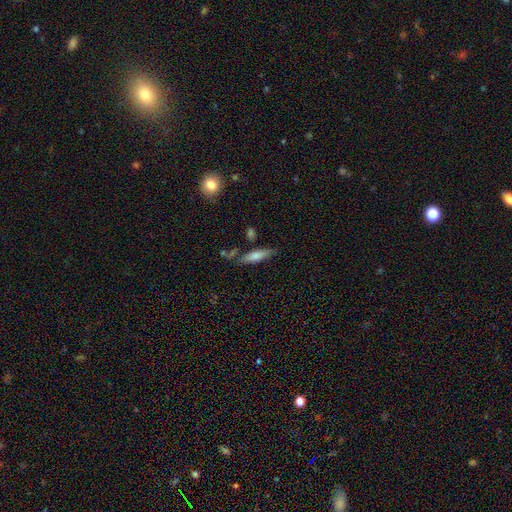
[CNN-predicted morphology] Q: Smooth or featured?
A: smooth (59%); runner-up: featured or disk (33%)
Q: How rounded?
A: cigar-shaped (76%); runner-up: in between (22%)
Q: Merging?
A: none (74%); runner-up: minor disturbance (15%)